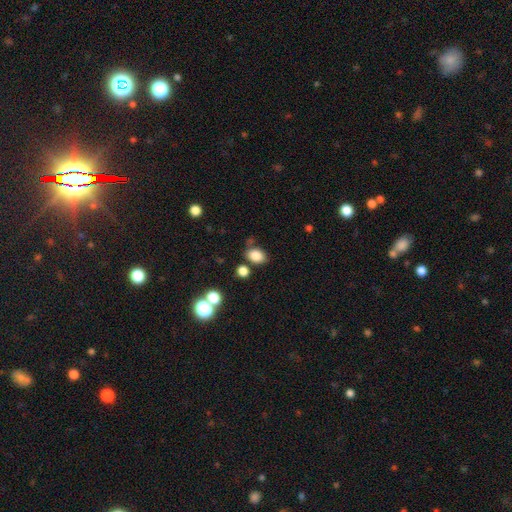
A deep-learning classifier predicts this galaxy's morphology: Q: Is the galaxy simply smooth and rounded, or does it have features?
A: smooth — 83%.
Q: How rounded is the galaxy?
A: in between — 74%.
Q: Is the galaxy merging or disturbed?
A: none — 72%.